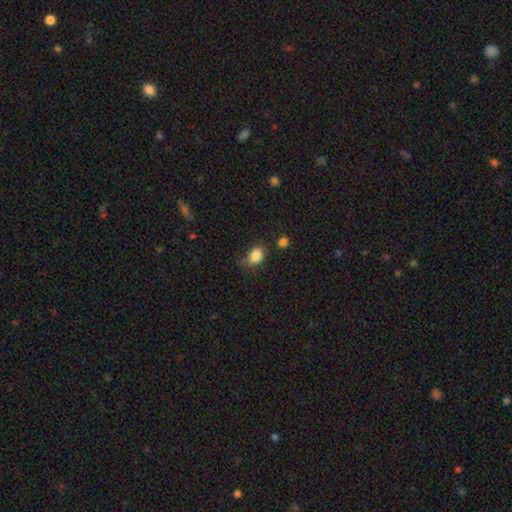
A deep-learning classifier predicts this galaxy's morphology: Smooth or featured? smooth (86%)
How rounded? in between (70%)
Merging? none (68%)